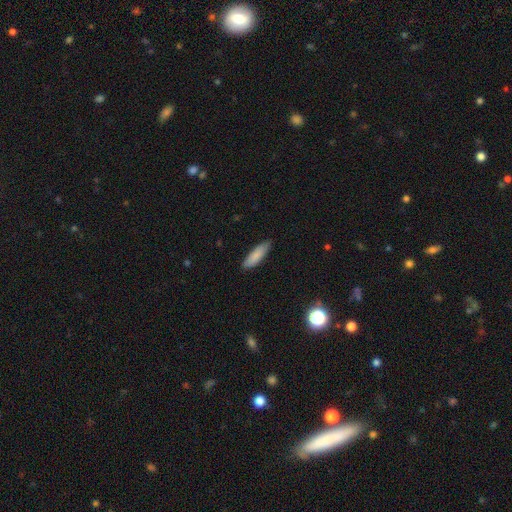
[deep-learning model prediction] This appears to be a smooth galaxy with no disk features (86%) that is cigar-shaped (56%). Merging: none (85%).